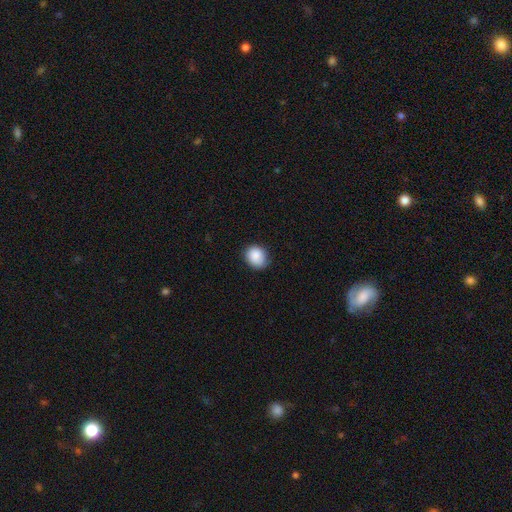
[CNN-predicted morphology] Smooth or featured? smooth (87%)
How rounded? round (69%)
Merging? none (76%)